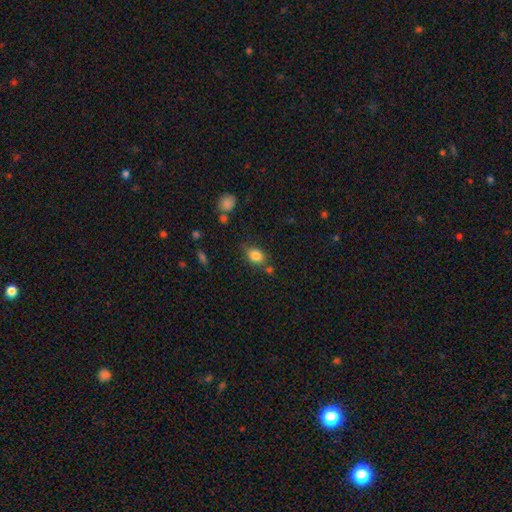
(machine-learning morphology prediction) smooth 83%, star or artifact 10%, featured or disk 7%. Down the decision tree: how rounded — in between (62%); merging — none (66%).